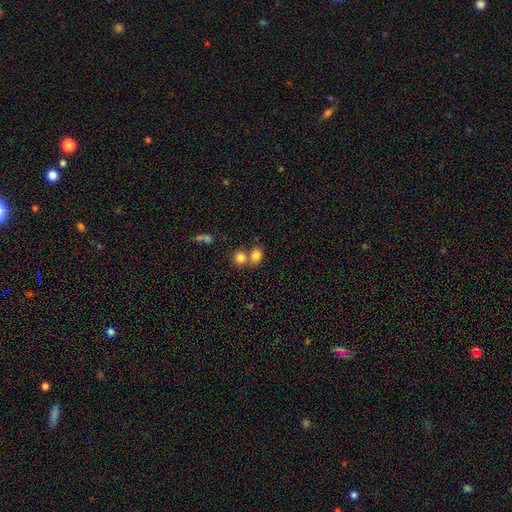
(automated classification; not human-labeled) smooth 80%, star or artifact 11%, featured or disk 9%. Down the decision tree: how rounded — in between (51%); merging — merger (46%).